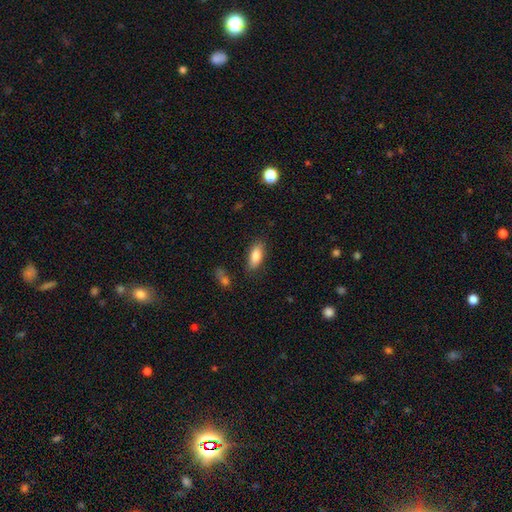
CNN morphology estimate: Smooth or featured? smooth (84%)
How rounded? in between (81%)
Merging? none (81%)